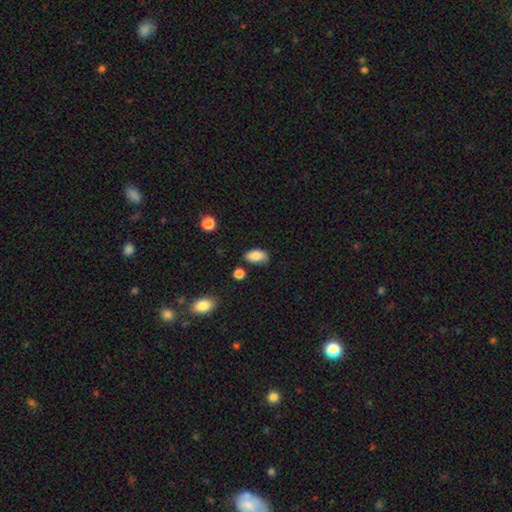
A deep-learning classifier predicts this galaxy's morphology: smooth 85%, star or artifact 8%, featured or disk 7%. Down the decision tree: how rounded — in between (92%); merging — none (65%).